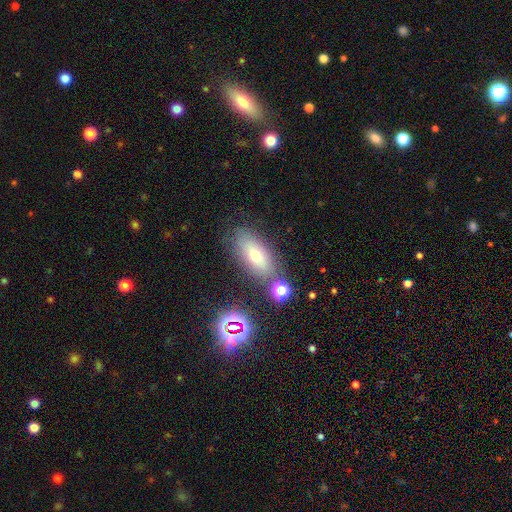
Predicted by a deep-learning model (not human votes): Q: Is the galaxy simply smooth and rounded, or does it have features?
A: smooth — 63%.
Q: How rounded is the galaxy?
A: in between — 83%.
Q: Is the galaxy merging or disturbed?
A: none — 73%.